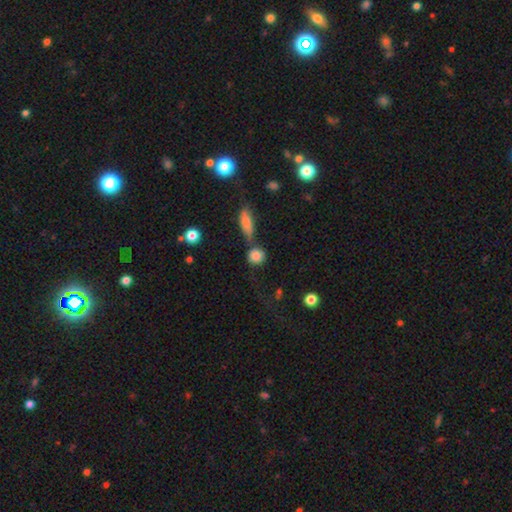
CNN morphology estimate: A smooth galaxy with no disk features (83%) that is round (84%). Merging: none (59%).